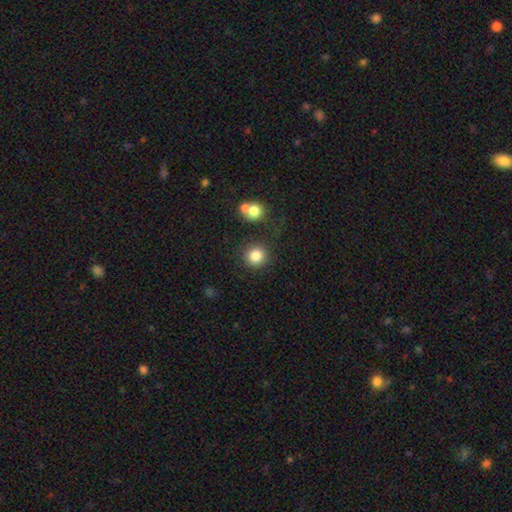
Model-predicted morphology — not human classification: A smooth galaxy with no disk features (84%) that is round (92%). Merging: none (82%).